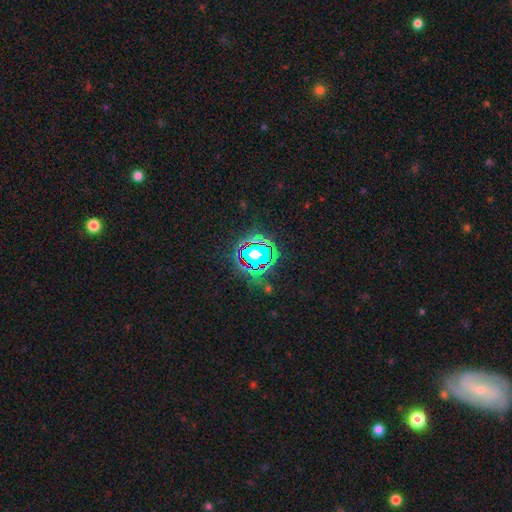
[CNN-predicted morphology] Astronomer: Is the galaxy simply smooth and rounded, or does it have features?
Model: star or artifact — 64%.